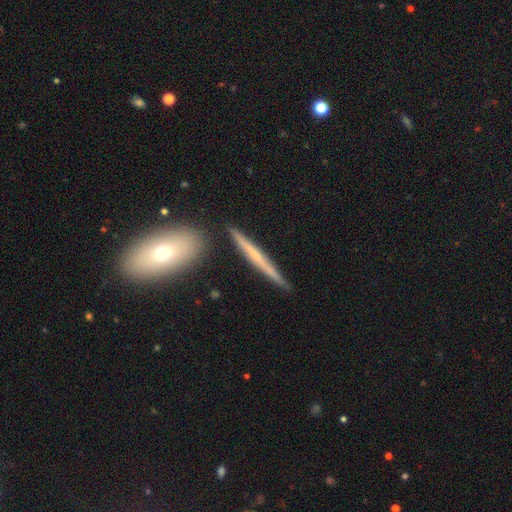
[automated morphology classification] The model was most divided on "edge-on bulge": none: 48%, rounded: 47%, boxy: 5%. More confident: edge-on disk — yes (96%); merging — none (86%); smooth or featured — featured or disk (61%).